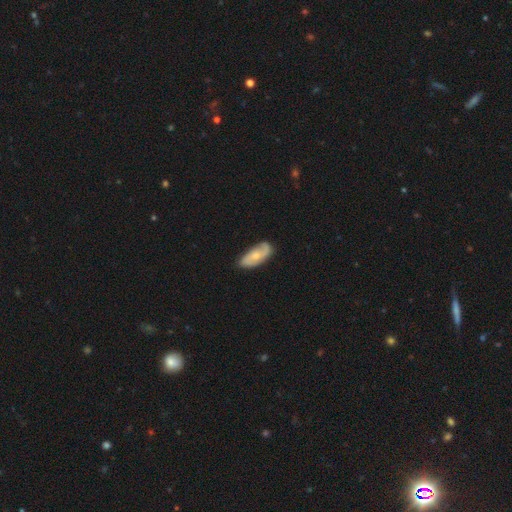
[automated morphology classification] type=featured or disk (55%); edge-on=no (91%); bar=no (73%); spiral arms=yes (84%); bulge=small (50%); merging=none (70%).